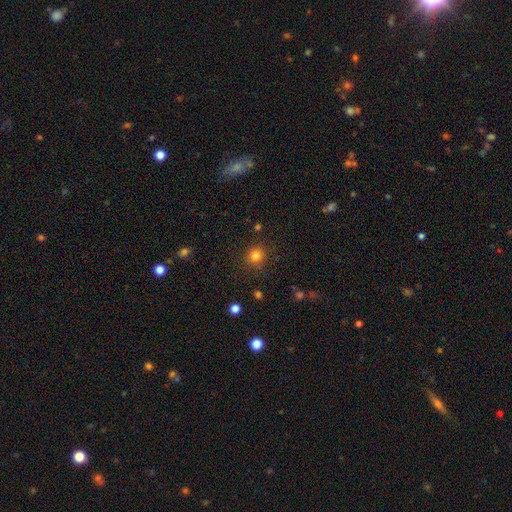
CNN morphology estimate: Overall: smooth (81%). How rounded: round (91%). Merging: none (87%).